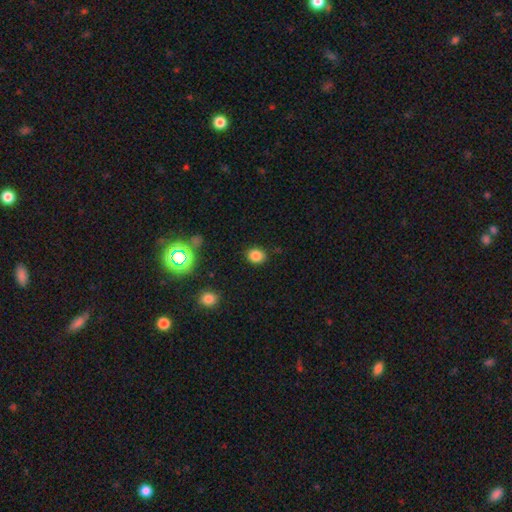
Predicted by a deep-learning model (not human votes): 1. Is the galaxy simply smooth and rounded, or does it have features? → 82% smooth, 13% star or artifact, 5% featured or disk.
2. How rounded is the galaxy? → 63% round, 36% in between, 1% cigar-shaped.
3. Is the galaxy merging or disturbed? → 87% none, 9% minor disturbance, 2% major disturbance, 2% merger.